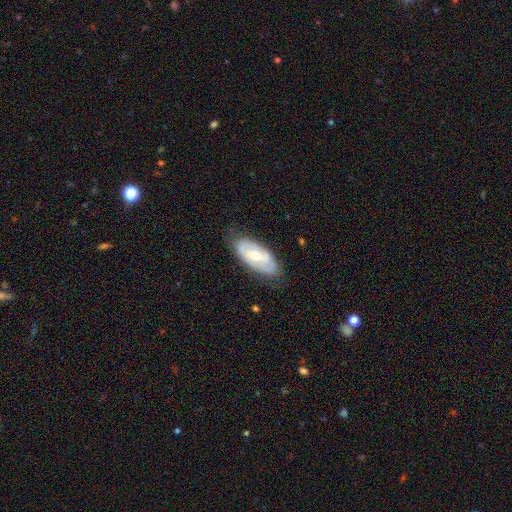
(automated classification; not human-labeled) Smooth or featured? featured or disk (58%)
Edge-on disk? no (89%)
Bar? weak (41%)
Spiral arms? yes (55%)
Bulge size? moderate (49%)
Merging? none (75%)